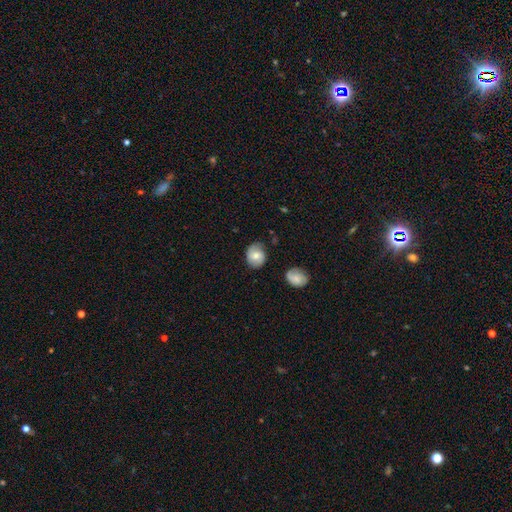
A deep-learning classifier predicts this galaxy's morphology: A smooth galaxy with no disk features (63%) that is round (59%).

Vote fractions:
- Smooth or featured? smooth: 63% / featured or disk: 29% / star or artifact: 8%
- How rounded? round: 59% / in between: 40% / cigar-shaped: 1%
- Merging? none: 74% / minor disturbance: 19% / major disturbance: 4% / merger: 3%